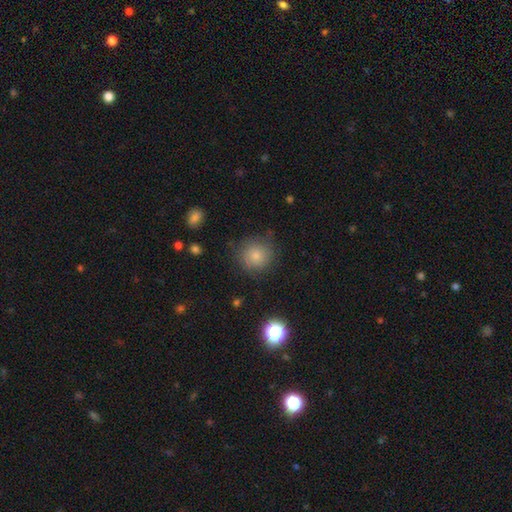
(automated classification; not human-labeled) A smooth galaxy with no disk features (79%) that is round (92%). Merging: none (76%).